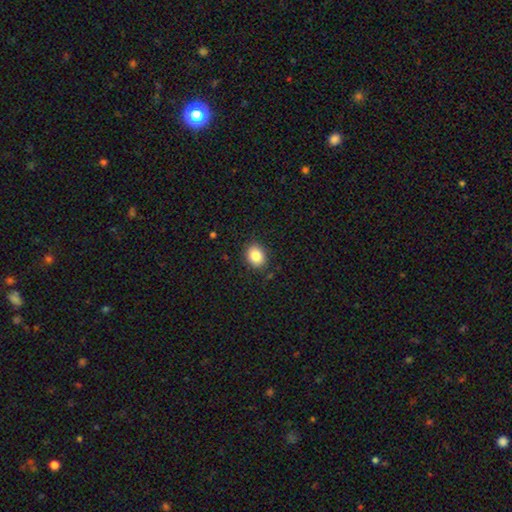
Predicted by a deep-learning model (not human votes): Smooth or featured? Predicted: smooth (p=0.84). How rounded? Predicted: round (p=0.53). Merging? Predicted: none (p=0.88).